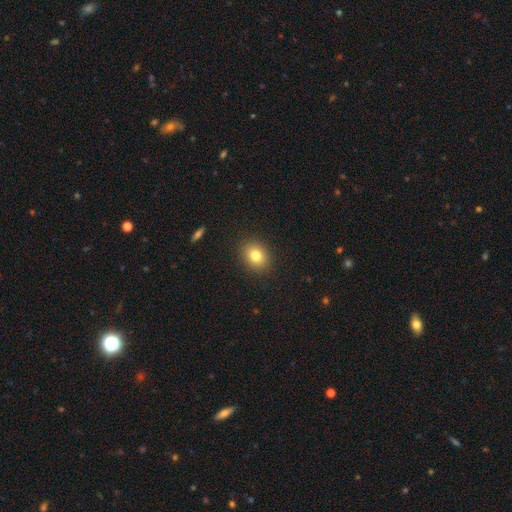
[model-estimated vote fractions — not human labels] Smooth or featured: smooth — 81% (star or artifact — 11%)
How rounded: round — 53% (in between — 46%)
Merging: none — 90% (minor disturbance — 7%)